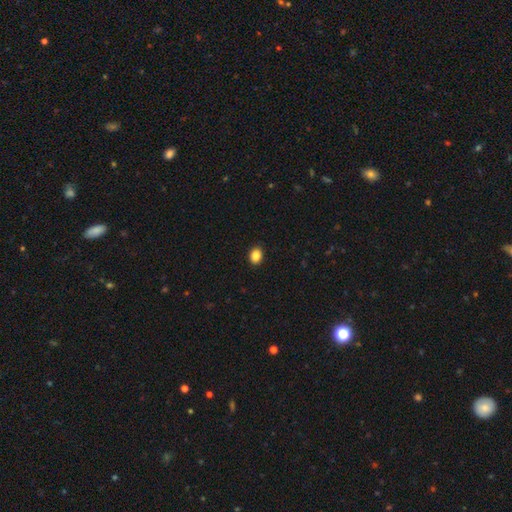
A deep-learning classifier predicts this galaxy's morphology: Overall: smooth (88%). How rounded: in between (63%; round 37%). Merging: none (91%).